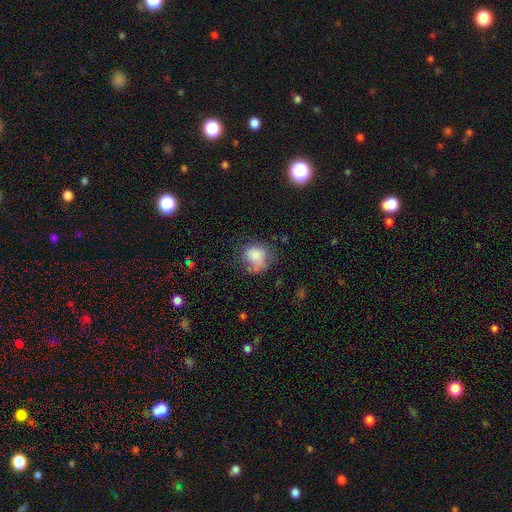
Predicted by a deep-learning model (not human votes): Overall: smooth (76%). How rounded: round (71%). Merging: none (46%; minor disturbance 29%).